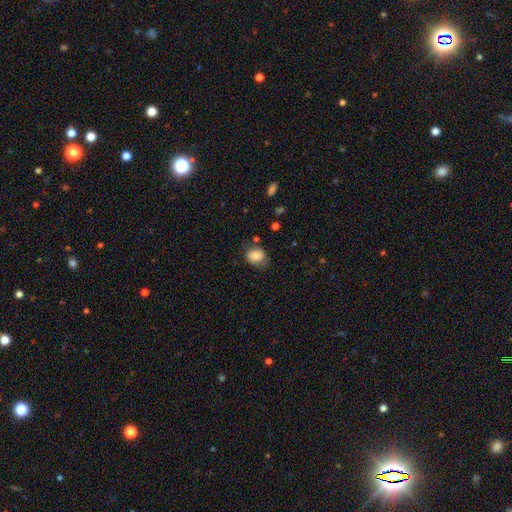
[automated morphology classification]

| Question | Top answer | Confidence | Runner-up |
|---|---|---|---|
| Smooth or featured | smooth | 83% | star or artifact (9%) |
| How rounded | round | 56% | in between (43%) |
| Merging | none | 70% | minor disturbance (22%) |